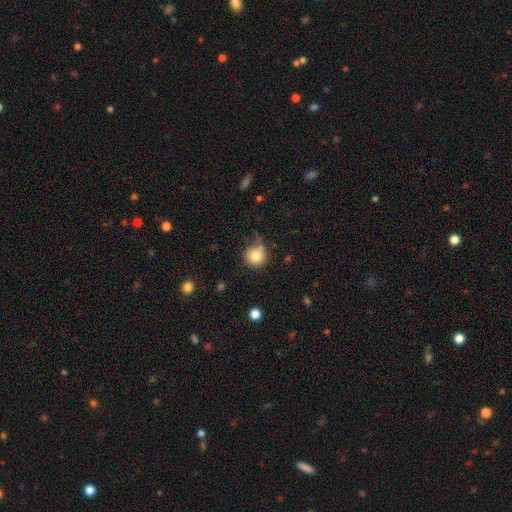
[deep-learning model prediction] Smooth or featured? smooth (81%)
How rounded? round (93%)
Merging? none (70%)